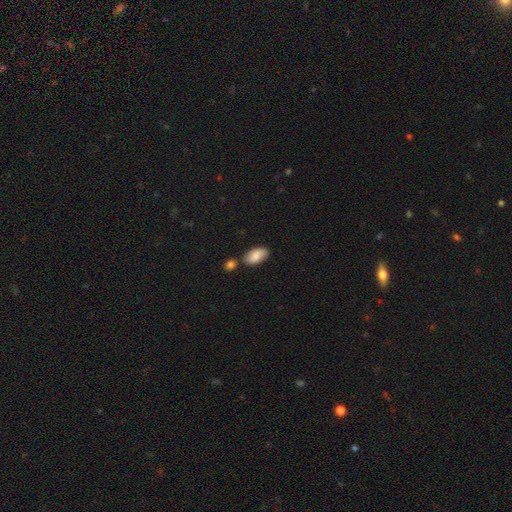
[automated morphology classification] smooth 84%, featured or disk 10%, star or artifact 6%. Down the decision tree: how rounded — in between (93%); merging — none (66%).